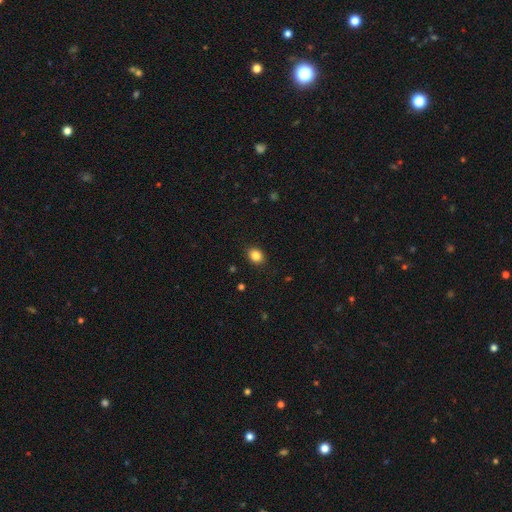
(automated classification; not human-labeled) Morphology: type=smooth (85%); roundness=in between (55%); merging=none (89%).